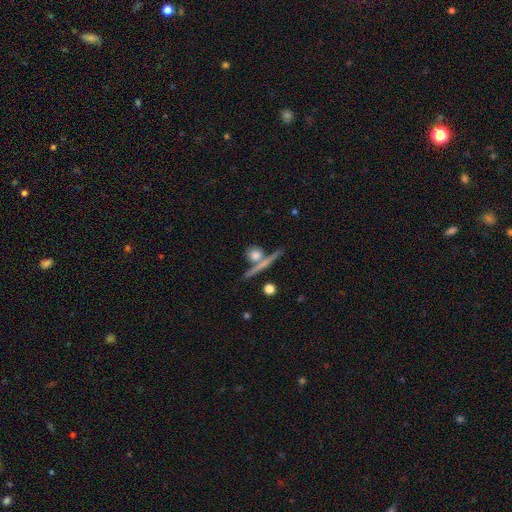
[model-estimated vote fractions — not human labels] The model was most divided on "merging": none: 61%, merger: 23%, minor disturbance: 10%, major disturbance: 5%. More confident: smooth or featured — smooth (66%); how rounded — round (65%).